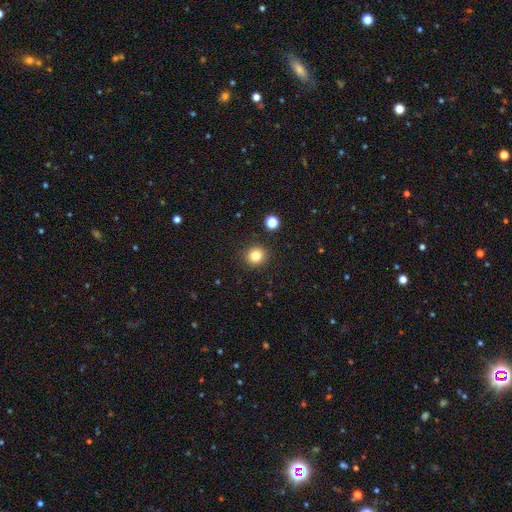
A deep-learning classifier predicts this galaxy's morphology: This appears to be a smooth galaxy with no disk features (81%) that is round (91%). Merging: none (90%).